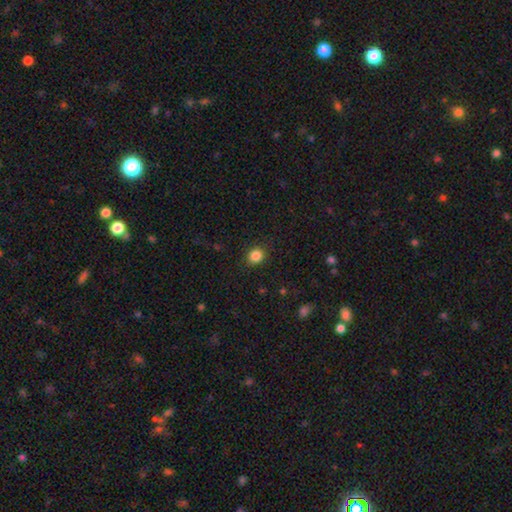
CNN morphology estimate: type=smooth (86%); roundness=round (78%); merging=none (89%).